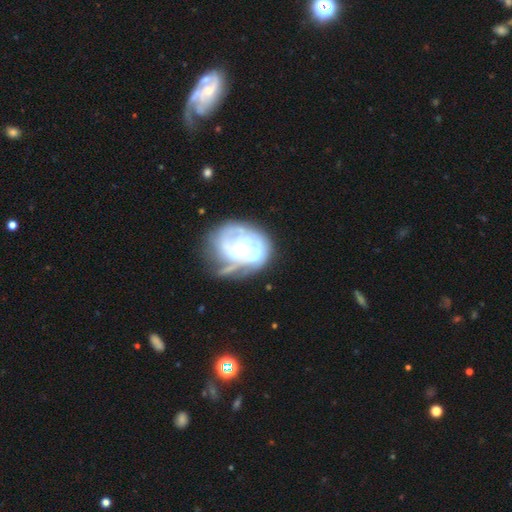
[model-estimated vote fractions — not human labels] Smooth or featured?
  - featured or disk: 76% *
  - smooth: 17%
  - star or artifact: 7%
Edge-on disk?
  - no: 98% *
  - yes: 2%
Bar?
  - no: 79% *
  - weak: 17%
  - strong: 4%
Spiral arms?
  - yes: 66% *
  - no: 34%
Bulge size?
  - small: 47% *
  - moderate: 36%
  - none: 9%
  - large: 5%
  - dominant: 2%
Merging?
  - none: 36% *
  - major disturbance: 24%
  - minor disturbance: 22%
  - merger: 18%